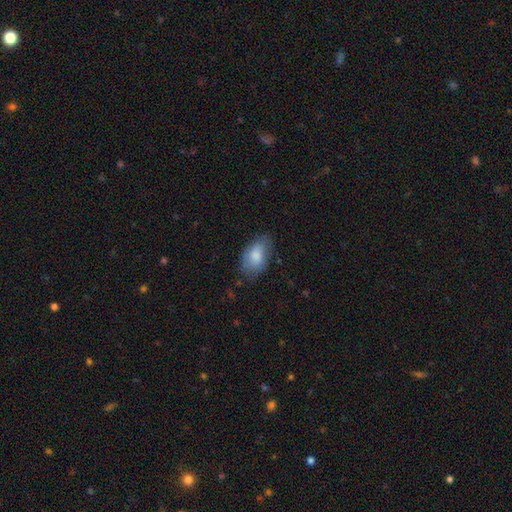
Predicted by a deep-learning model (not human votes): smooth-or-featured: smooth: 81% | featured or disk: 12% | star or artifact: 6%
  how-rounded: in between: 92% | round: 6% | cigar-shaped: 2%
  merging: none: 63% | minor disturbance: 27% | major disturbance: 8% | merger: 2%